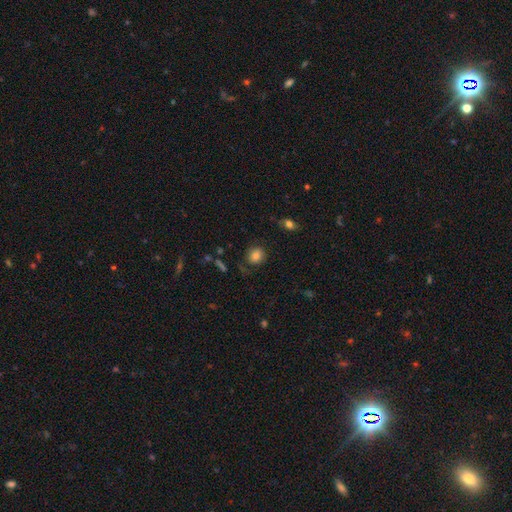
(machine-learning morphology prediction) A smooth galaxy with no disk features (80%) that is round (84%). Merging: none (78%).